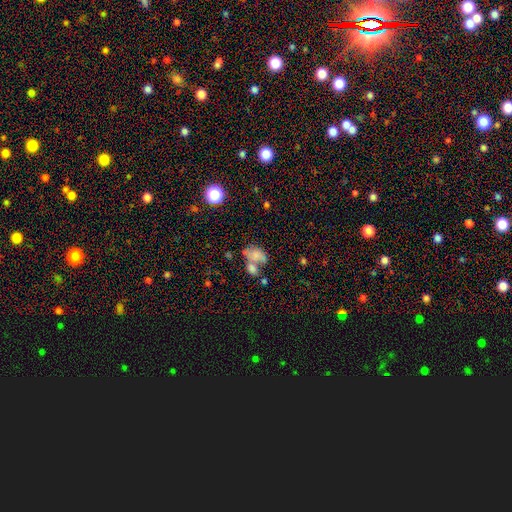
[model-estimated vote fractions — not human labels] Q: Smooth or featured?
A: smooth (68%); runner-up: featured or disk (20%)
Q: How rounded?
A: in between (80%); runner-up: round (18%)
Q: Merging?
A: merger (53%); runner-up: none (23%)